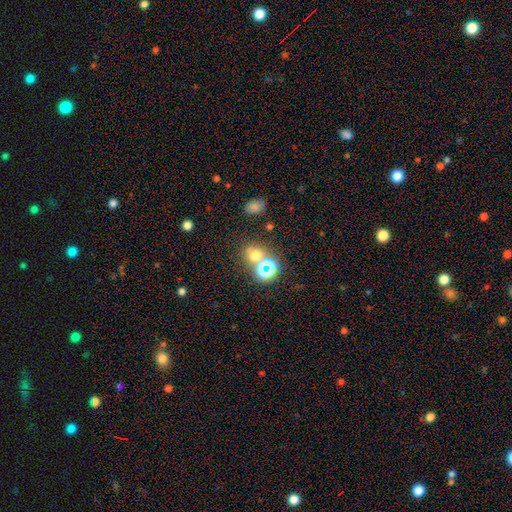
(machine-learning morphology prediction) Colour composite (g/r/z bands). It shows a smooth galaxy with no disk features (57%) that is round (78%). Merging: none (63%).